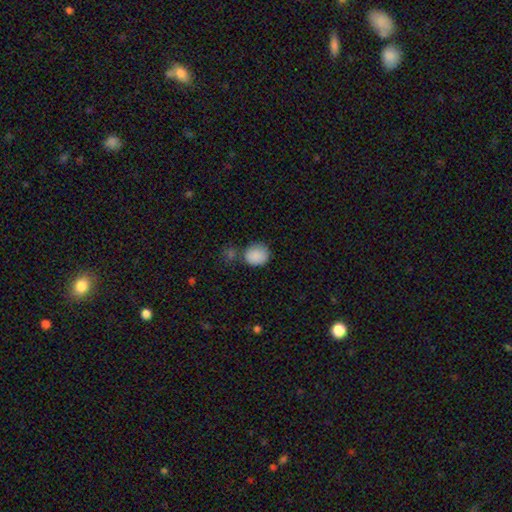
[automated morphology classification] Smooth or featured? smooth (87%)
How rounded? round (75%)
Merging? none (63%)